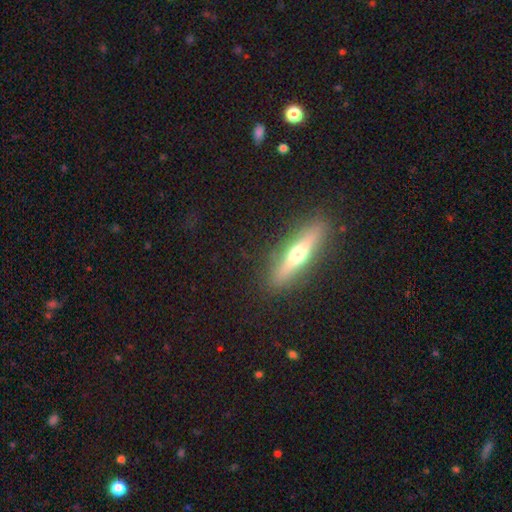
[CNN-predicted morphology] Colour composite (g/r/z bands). It shows a featured or disk galaxy (59%) viewed edge-on (90%) with a rounded central bulge (93%). Merging: none (90%).